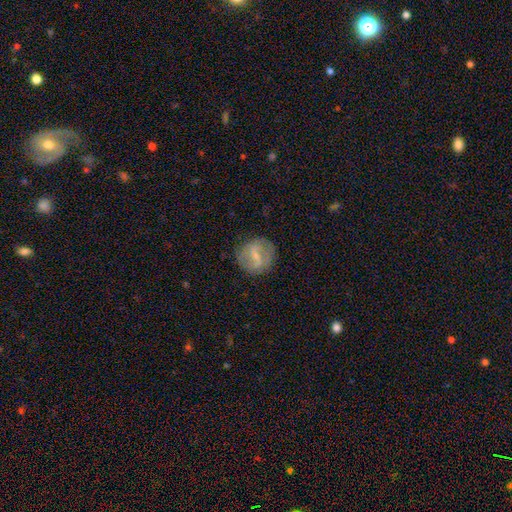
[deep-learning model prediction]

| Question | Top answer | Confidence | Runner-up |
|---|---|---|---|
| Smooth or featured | featured or disk | 62% | smooth (31%) |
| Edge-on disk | no | 96% | yes (4%) |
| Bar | weak | 49% | strong (35%) |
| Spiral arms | yes | 72% | no (28%) |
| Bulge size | small | 64% | moderate (24%) |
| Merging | none | 78% | minor disturbance (14%) |